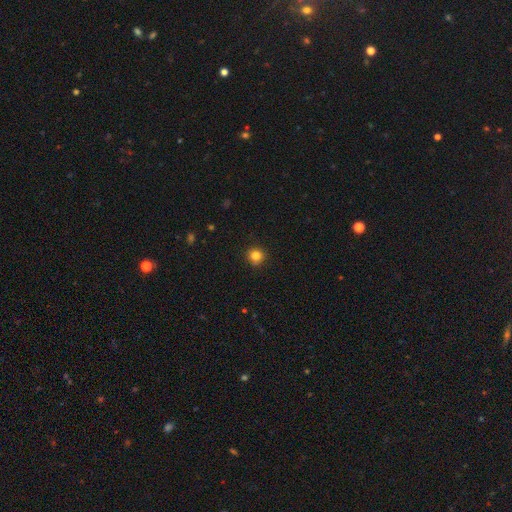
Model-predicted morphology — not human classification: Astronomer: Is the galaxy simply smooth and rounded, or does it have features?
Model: smooth — 82%.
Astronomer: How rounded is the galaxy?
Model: round — 92%.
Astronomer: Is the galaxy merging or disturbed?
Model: none — 89%.